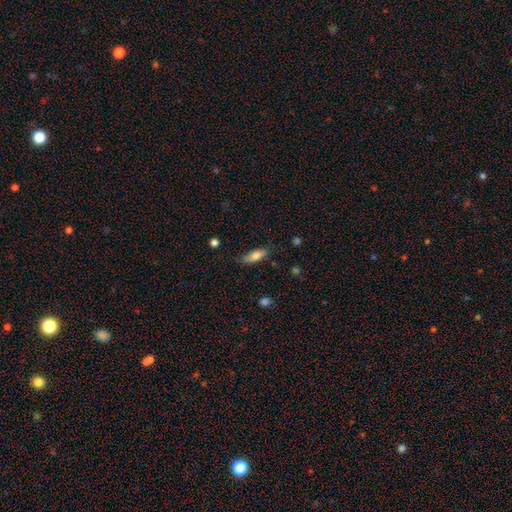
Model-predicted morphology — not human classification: Smooth or featured? Predicted: smooth (p=0.78). How rounded? Predicted: in between (p=0.70). Merging? Predicted: none (p=0.72).